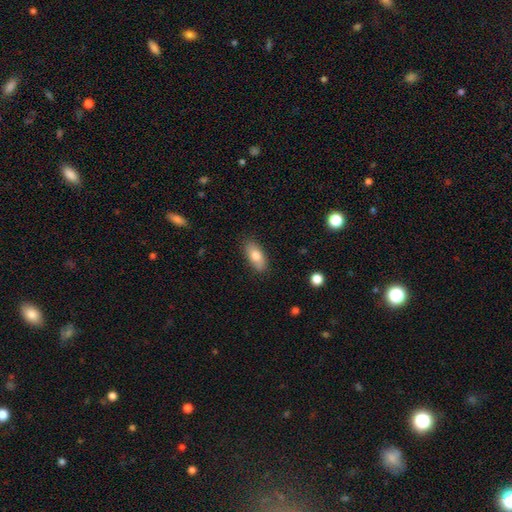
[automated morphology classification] smooth-or-featured: smooth: 78% | featured or disk: 16% | star or artifact: 7%
  how-rounded: in between: 85% | cigar-shaped: 11% | round: 3%
  merging: none: 84% | minor disturbance: 12% | major disturbance: 2% | merger: 1%